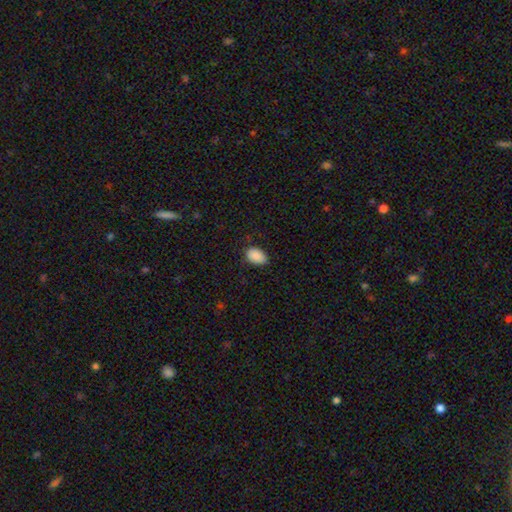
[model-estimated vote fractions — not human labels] smooth 90%, star or artifact 7%, featured or disk 3%. Down the decision tree: how rounded — in between (89%); merging — none (80%).